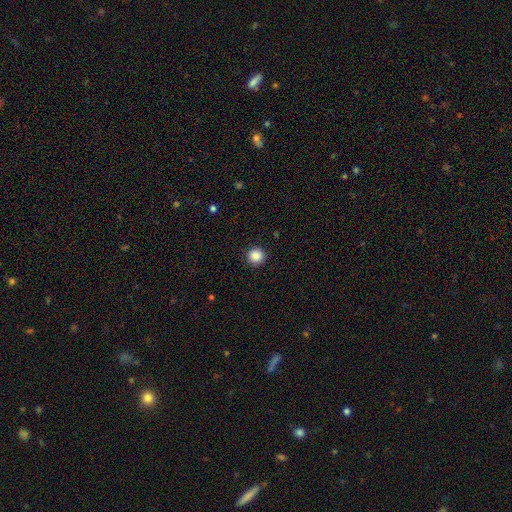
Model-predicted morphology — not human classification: Q: Smooth or featured?
A: smooth (88%); runner-up: star or artifact (9%)
Q: How rounded?
A: round (95%); runner-up: in between (4%)
Q: Merging?
A: none (92%); runner-up: minor disturbance (5%)